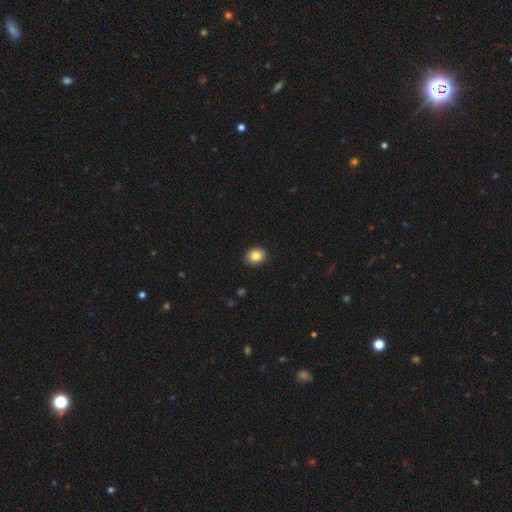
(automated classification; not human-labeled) The model was most divided on "how rounded": round: 55%, in between: 44%, cigar-shaped: 1%. More confident: merging — none (91%); smooth or featured — smooth (85%).